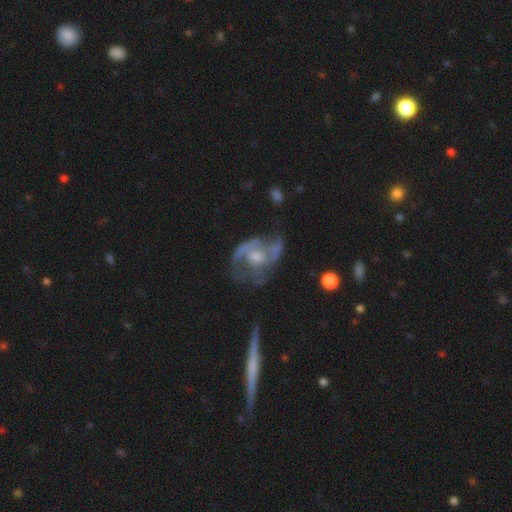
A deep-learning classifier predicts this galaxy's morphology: featured or disk 76%, smooth 16%, star or artifact 8%. Down the decision tree: edge-on disk — no (97%); bar — no (65%); spiral arms — yes (72%); spiral arm count — 2 (48%); spiral winding — medium (45%); bulge size — moderate (49%); merging — none (37%).